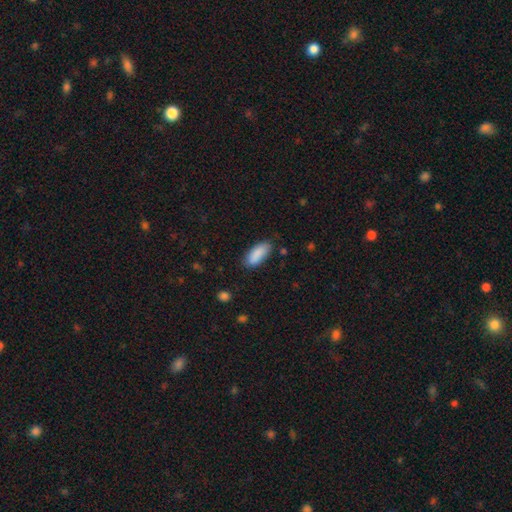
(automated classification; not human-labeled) Smooth or featured? Predicted: smooth (p=0.89). How rounded? Predicted: in between (p=0.79). Merging? Predicted: none (p=0.81).